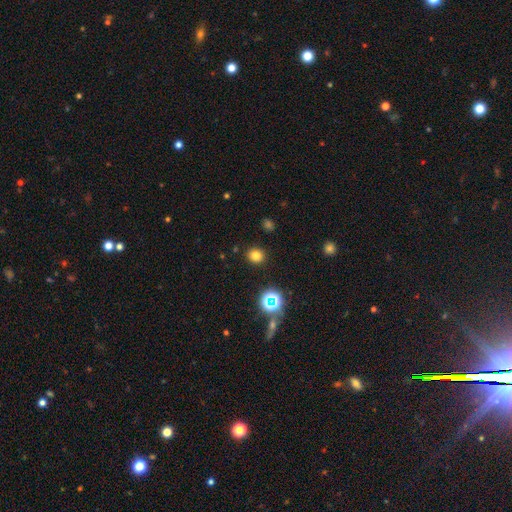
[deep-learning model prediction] Smooth or featured? Predicted: smooth (p=0.77). How rounded? Predicted: round (p=0.79). Merging? Predicted: none (p=0.89).